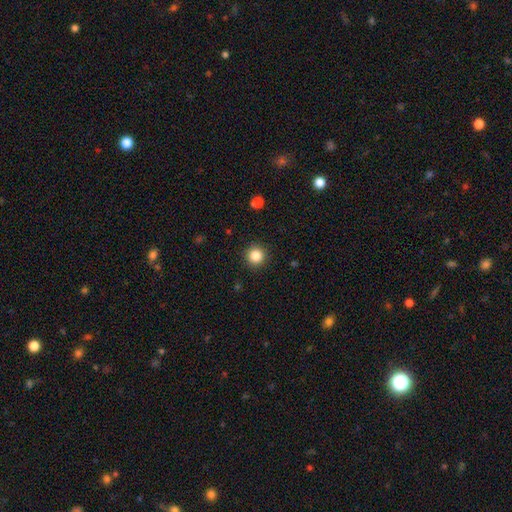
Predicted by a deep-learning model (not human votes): Smooth or featured? Predicted: smooth (p=0.84). How rounded? Predicted: round (p=0.95). Merging? Predicted: none (p=0.92).